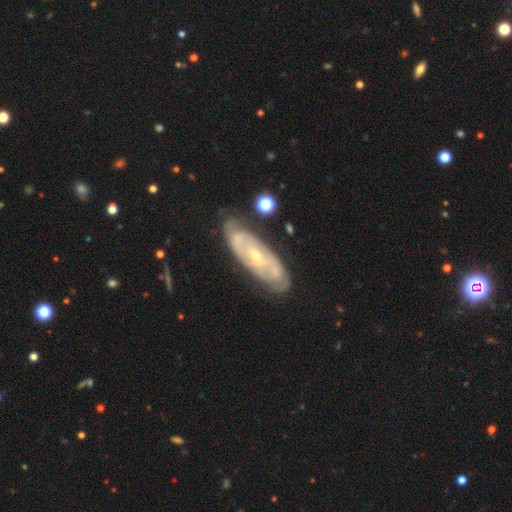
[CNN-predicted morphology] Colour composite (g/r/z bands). It shows a featured or disk galaxy (80%) with no bar (66%), tight (66%) spiral arms (80%) and a small central bulge (67%). Merging: none (75%).